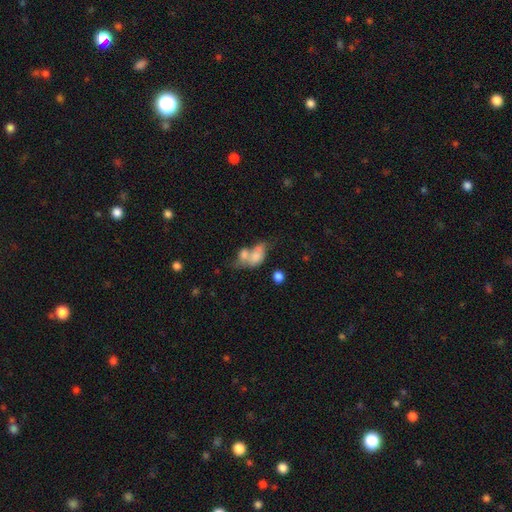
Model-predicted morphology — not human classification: Smooth or featured? smooth (67%)
How rounded? in between (80%)
Merging? merger (65%)